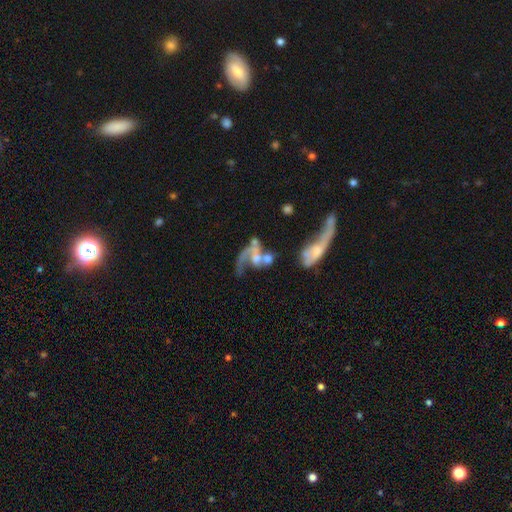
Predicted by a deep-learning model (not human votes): smooth_or_featured: featured or disk (p=0.67) [alt: smooth p=0.23]
disk_edge_on: no (p=0.96) [alt: yes p=0.04]
bar: no (p=0.72) [alt: weak p=0.22]
has_spiral_arms: yes (p=0.63) [alt: no p=0.37]
bulge_size: moderate (p=0.36) [alt: small p=0.26]
merging: merger (p=0.51) [alt: major disturbance p=0.25]